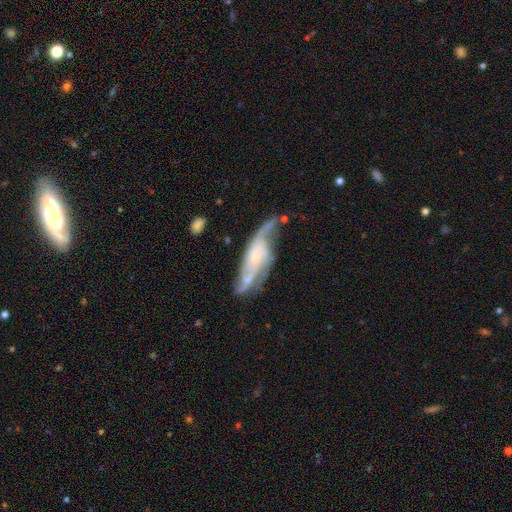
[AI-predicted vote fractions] Morphology: type=featured or disk (81%); edge-on=no (84%); bar=no (62%); spiral arms=yes (92%); winding=medium (41%); arm count=2 (46%); bulge=small (68%); merging=none (50%).